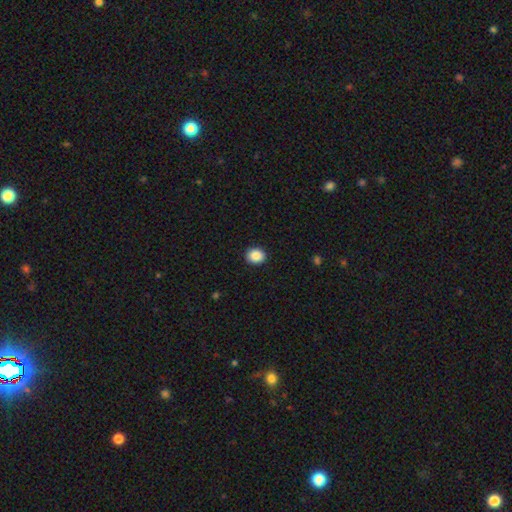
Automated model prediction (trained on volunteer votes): Smooth or featured?
  - smooth: 88% *
  - star or artifact: 8%
  - featured or disk: 4%
How rounded?
  - round: 66% *
  - in between: 34%
  - cigar-shaped: 1%
Merging?
  - none: 92% *
  - minor disturbance: 6%
  - major disturbance: 2%
  - merger: 1%